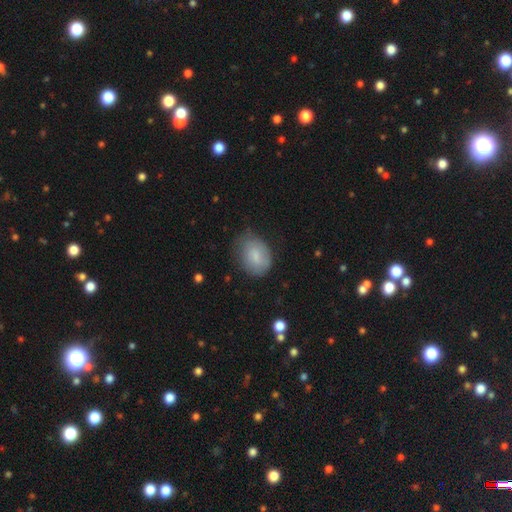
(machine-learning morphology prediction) This appears to be a smooth galaxy with no disk features (77%) that is in between round and cigar-shaped (70%). Merging: none (61%).